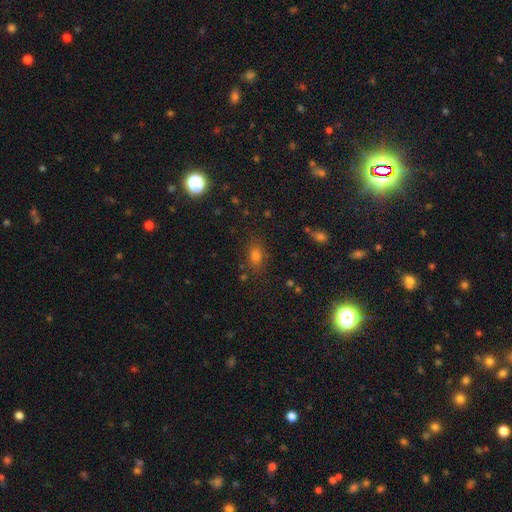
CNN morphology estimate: A smooth galaxy with no disk features (72%) that is in between round and cigar-shaped (70%). Merging: none (81%).